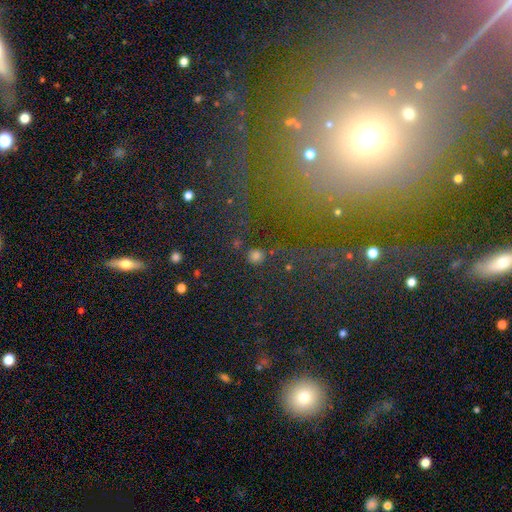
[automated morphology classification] Q: Smooth or featured?
A: smooth (76%); runner-up: star or artifact (19%)
Q: How rounded?
A: round (89%); runner-up: in between (10%)
Q: Merging?
A: none (80%); runner-up: minor disturbance (9%)